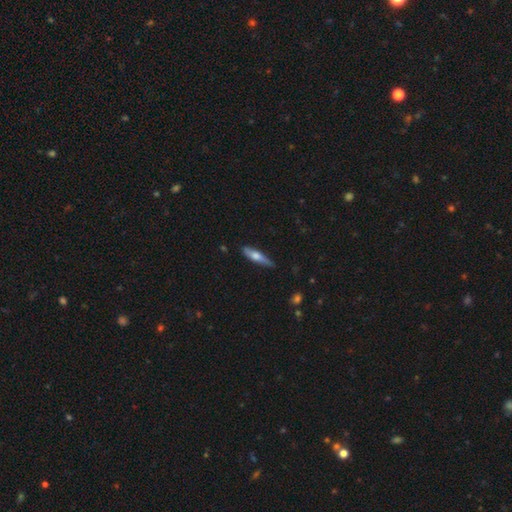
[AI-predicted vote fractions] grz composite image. It shows a smooth galaxy with no disk features (54%) that is cigar-shaped (80%). Merging: none (78%).